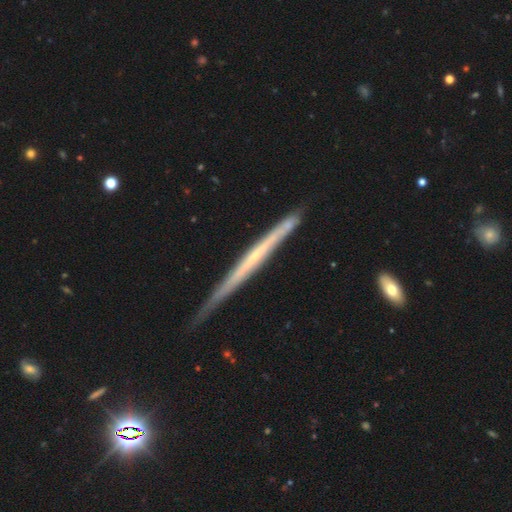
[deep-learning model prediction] Smooth or featured? Predicted: featured or disk (p=0.72). Edge-on disk? Predicted: yes (p=0.96). Edge-on bulge? Predicted: none (p=0.74). Merging? Predicted: none (p=0.74).